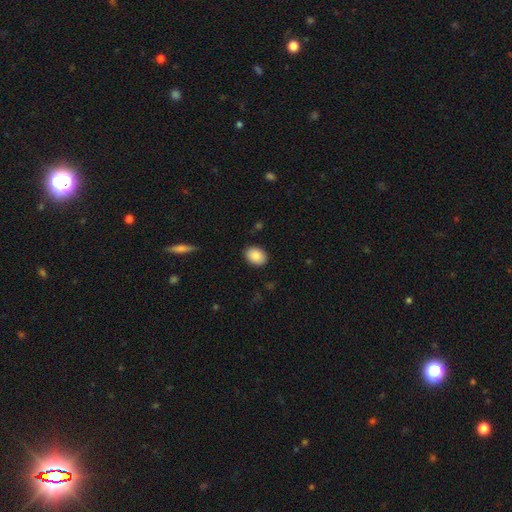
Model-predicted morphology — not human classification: A smooth galaxy with no disk features (87%) that is in between round and cigar-shaped (72%).

Vote fractions:
- Smooth or featured? smooth: 87% / star or artifact: 7% / featured or disk: 5%
- How rounded? in between: 72% / round: 27% / cigar-shaped: 1%
- Merging? none: 88% / minor disturbance: 9% / major disturbance: 2% / merger: 1%